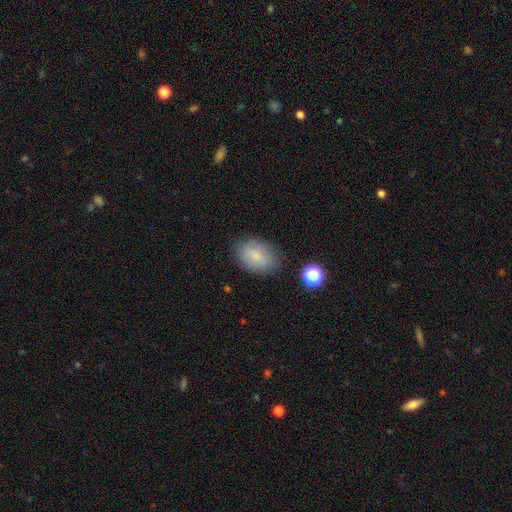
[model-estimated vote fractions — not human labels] This appears to be a smooth galaxy with no disk features (80%) that is in between round and cigar-shaped (79%). Merging: none (78%).